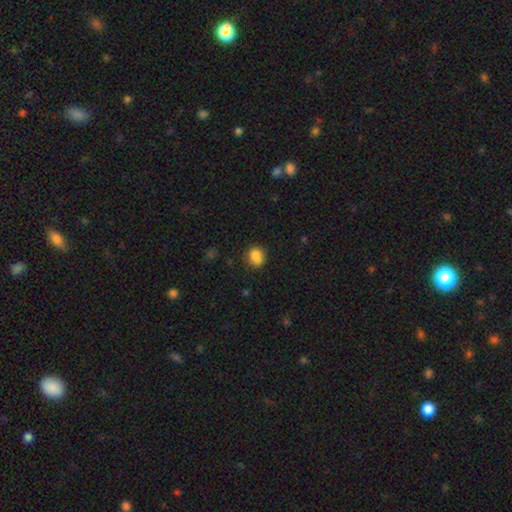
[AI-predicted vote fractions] Q: Smooth or featured?
A: smooth (80%); runner-up: star or artifact (11%)
Q: How rounded?
A: round (69%); runner-up: in between (30%)
Q: Merging?
A: none (58%); runner-up: minor disturbance (19%)